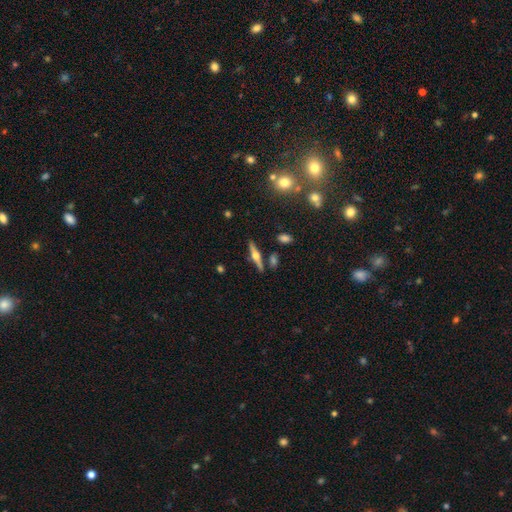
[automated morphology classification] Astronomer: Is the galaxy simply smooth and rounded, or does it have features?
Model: featured or disk — 72%.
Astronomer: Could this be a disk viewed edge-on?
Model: yes — 97%.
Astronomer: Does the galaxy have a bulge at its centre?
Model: rounded — 94%.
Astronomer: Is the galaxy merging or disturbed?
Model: none — 82%.